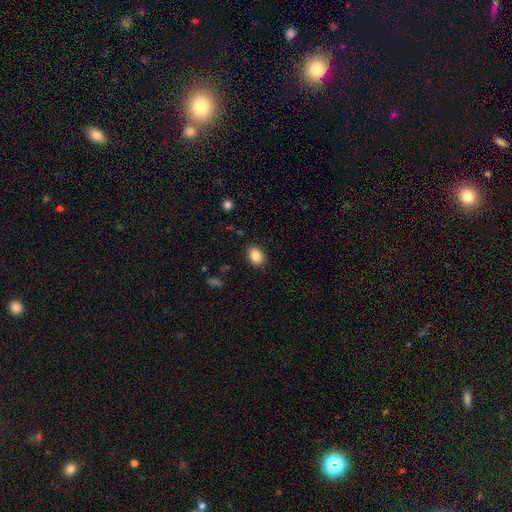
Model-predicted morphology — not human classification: smooth 86%, star or artifact 8%, featured or disk 6%. Down the decision tree: how rounded — in between (77%); merging — none (88%).